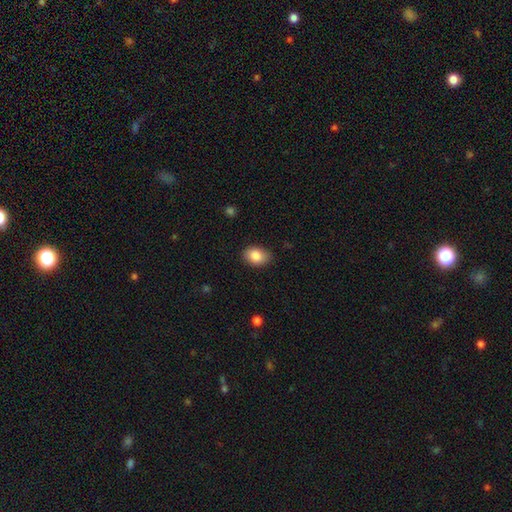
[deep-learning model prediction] This appears to be a smooth galaxy with no disk features (86%) that is in between round and cigar-shaped (76%). Merging: none (83%).